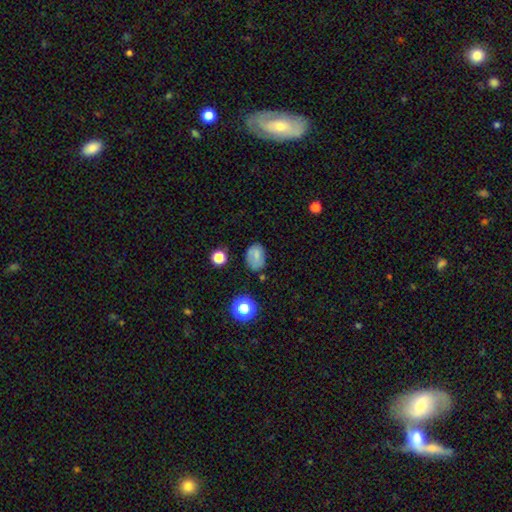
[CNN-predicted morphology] Smooth or featured? Predicted: smooth (p=0.70). How rounded? Predicted: in between (p=0.71). Merging? Predicted: none (p=0.67).